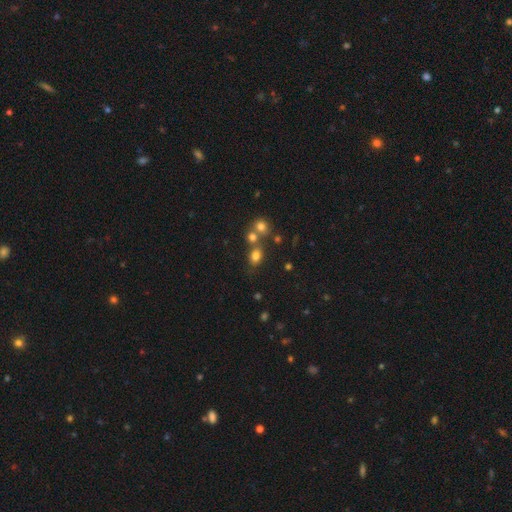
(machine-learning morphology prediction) Smooth or featured?
  - smooth: 76% *
  - star or artifact: 15%
  - featured or disk: 8%
How rounded?
  - in between: 65% *
  - round: 33%
  - cigar-shaped: 2%
Merging?
  - none: 57% *
  - merger: 26%
  - minor disturbance: 12%
  - major disturbance: 5%